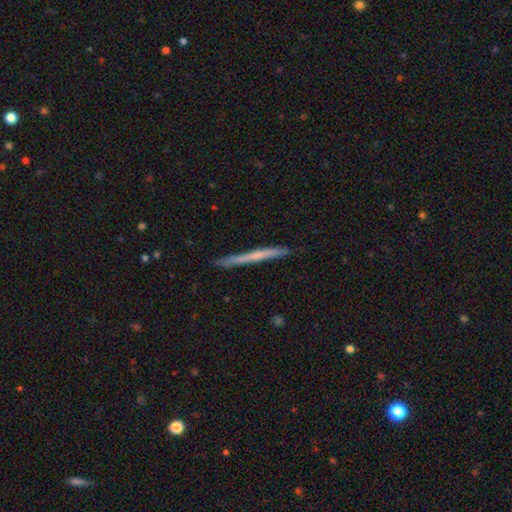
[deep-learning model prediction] This is possibly a smooth galaxy (47%). Merging: clearly none (88%).